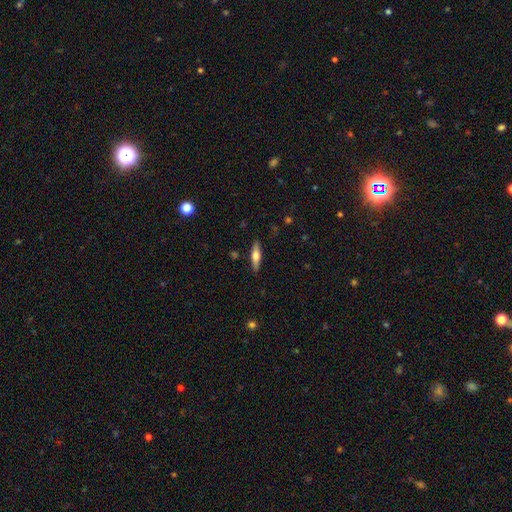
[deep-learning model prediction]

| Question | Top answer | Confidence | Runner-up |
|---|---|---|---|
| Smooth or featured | smooth | 50% | featured or disk (44%) |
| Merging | none | 87% | minor disturbance (9%) |